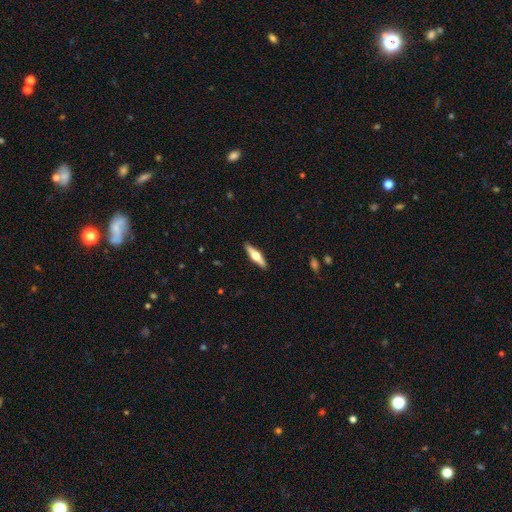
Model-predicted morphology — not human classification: This is possibly a featured or disk galaxy (59%). It is clearly viewed edge-on (95%). Edge-on bulge: clearly rounded (95%). Merging: clearly none (91%).